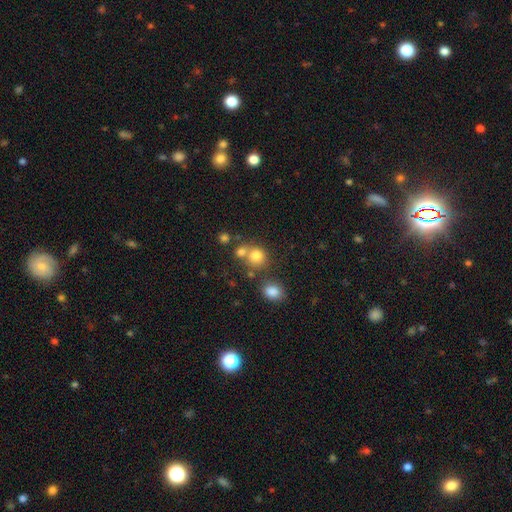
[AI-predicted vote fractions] A smooth galaxy with no disk features (78%) that is round (82%).

Vote fractions:
- Smooth or featured? smooth: 78% / star or artifact: 13% / featured or disk: 9%
- How rounded? round: 82% / in between: 17% / cigar-shaped: 1%
- Merging? none: 53% / merger: 34% / minor disturbance: 9% / major disturbance: 4%